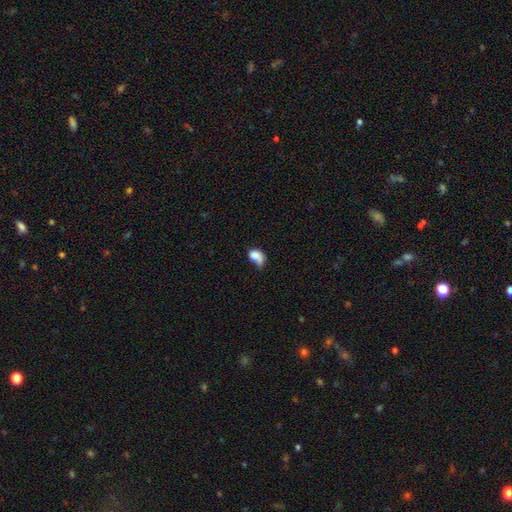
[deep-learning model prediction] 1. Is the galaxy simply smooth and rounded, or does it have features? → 72% smooth, 18% featured or disk, 9% star or artifact.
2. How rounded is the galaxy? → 75% in between, 23% round, 2% cigar-shaped.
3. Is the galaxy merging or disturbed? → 34% major disturbance, 29% minor disturbance, 24% none, 12% merger.